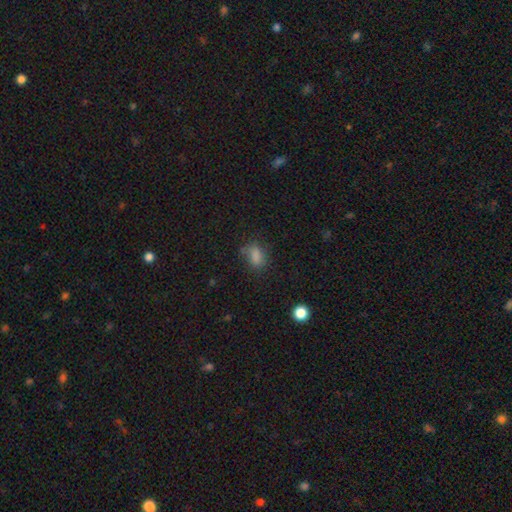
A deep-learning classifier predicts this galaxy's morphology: Smooth or featured: smooth — 81% (star or artifact — 13%)
How rounded: in between — 81% (round — 16%)
Merging: none — 66% (minor disturbance — 22%)